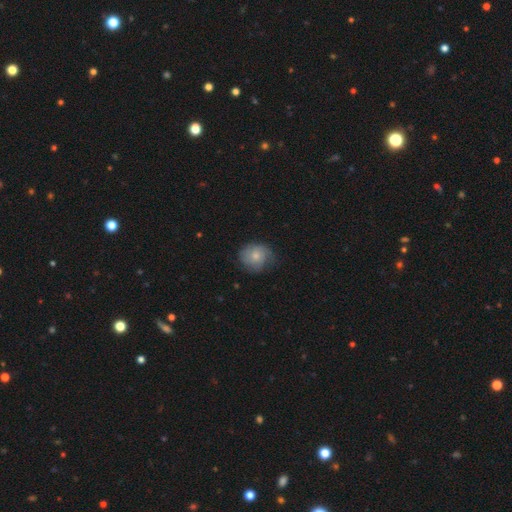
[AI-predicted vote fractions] Q: Smooth or featured?
A: smooth (61%); runner-up: featured or disk (32%)
Q: How rounded?
A: round (79%); runner-up: in between (20%)
Q: Merging?
A: none (68%); runner-up: minor disturbance (24%)